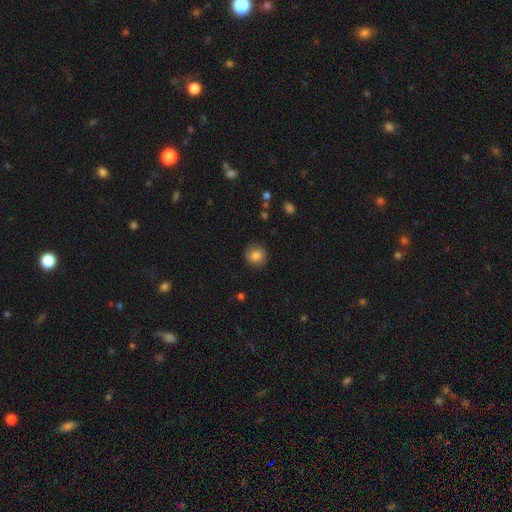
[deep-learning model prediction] smooth_or_featured: smooth (p=0.83) [alt: star or artifact p=0.09]
how_rounded: round (p=0.85) [alt: in between p=0.14]
merging: none (p=0.87) [alt: minor disturbance p=0.09]